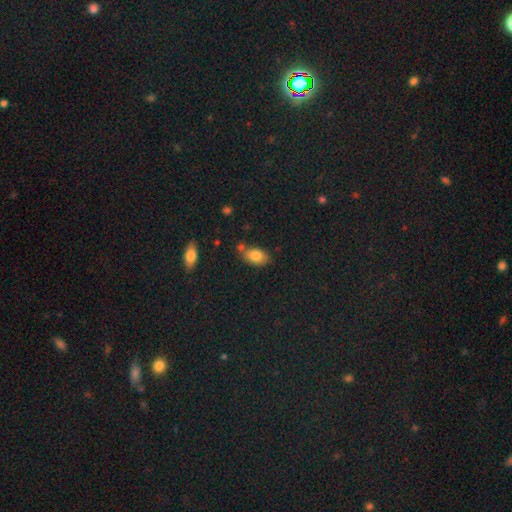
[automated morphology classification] This is clearly a smooth galaxy (81%). How rounded: clearly in between (87%). Merging: likely none (66%).